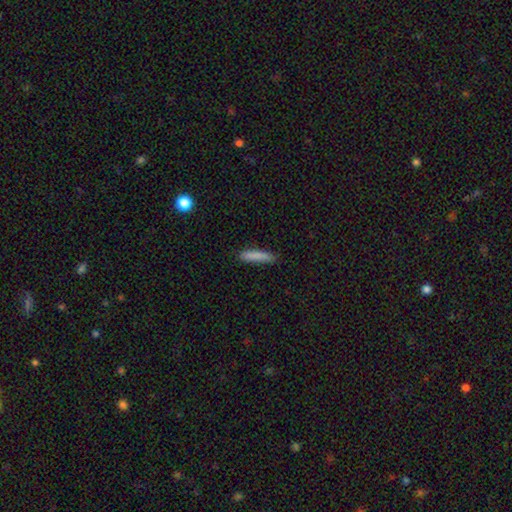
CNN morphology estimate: Q: Smooth or featured?
A: smooth (85%); runner-up: featured or disk (8%)
Q: How rounded?
A: cigar-shaped (84%); runner-up: in between (15%)
Q: Merging?
A: none (82%); runner-up: minor disturbance (14%)